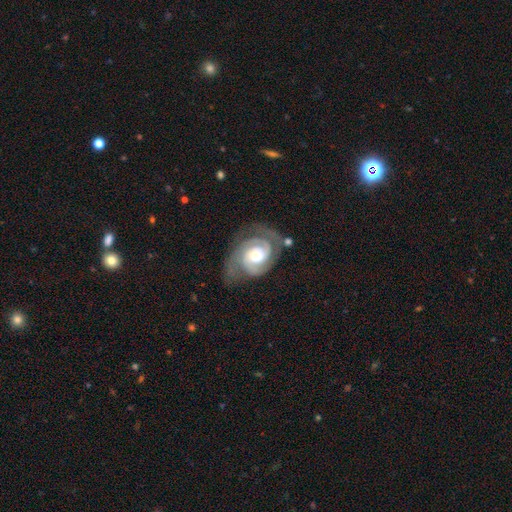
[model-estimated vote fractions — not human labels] The model was most divided on "bulge size": moderate: 59%, small: 33%, large: 6%, dominant: 1%, none: 1%. More confident: edge-on disk — no (97%); spiral arms — yes (96%); smooth or featured — featured or disk (87%); spiral arm count — 2 (67%); bar — no (63%); spiral winding — tight (62%); merging — none (62%).